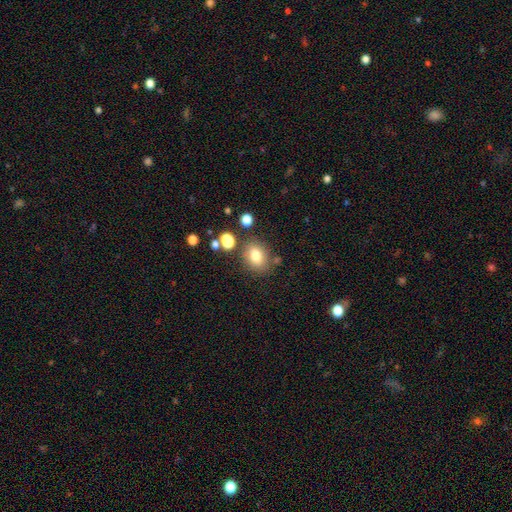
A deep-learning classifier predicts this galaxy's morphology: smooth_or_featured: smooth (p=0.77) [alt: star or artifact p=0.12]
how_rounded: in between (p=0.53) [alt: round p=0.46]
merging: none (p=0.75) [alt: minor disturbance p=0.13]